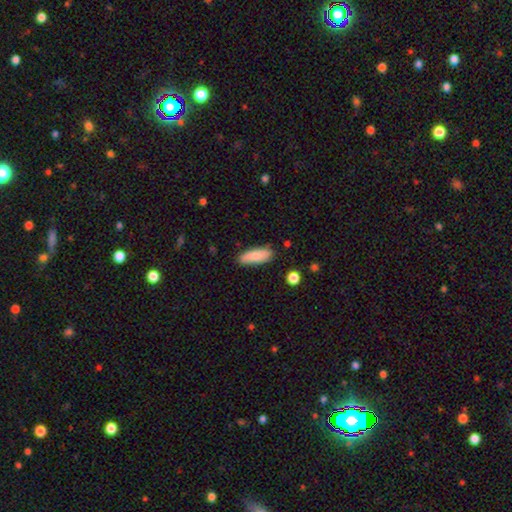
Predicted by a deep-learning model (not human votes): The model was most divided on "how rounded": in between: 67%, cigar-shaped: 31%, round: 2%. More confident: smooth or featured — smooth (82%); merging — none (80%).